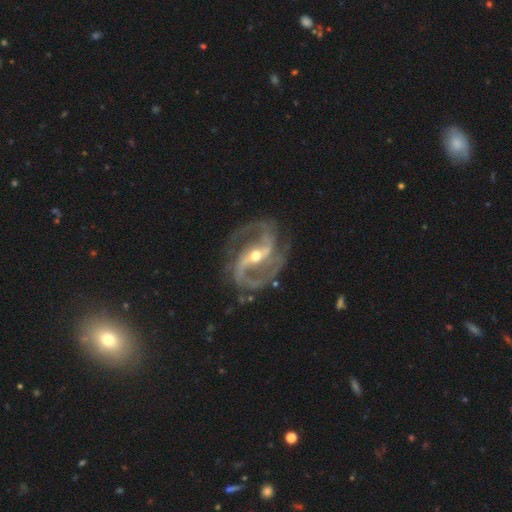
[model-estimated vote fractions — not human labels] Smooth or featured?
  - featured or disk: 92% *
  - star or artifact: 5%
  - smooth: 3%
Edge-on disk?
  - no: 97% *
  - yes: 3%
Bar?
  - strong: 64% *
  - weak: 25%
  - no: 11%
Spiral arms?
  - yes: 98% *
  - no: 2%
Spiral winding?
  - medium: 57% *
  - loose: 24%
  - tight: 19%
Spiral arm count?
  - 2: 85% *
  - 3: 6%
  - can't tell: 3%
  - 4: 2%
  - 1: 2%
  - more than 4: 2%
Bulge size?
  - small: 49% *
  - moderate: 48%
  - large: 2%
  - none: 1%
  - dominant: 1%
Merging?
  - none: 74% *
  - minor disturbance: 16%
  - major disturbance: 8%
  - merger: 2%